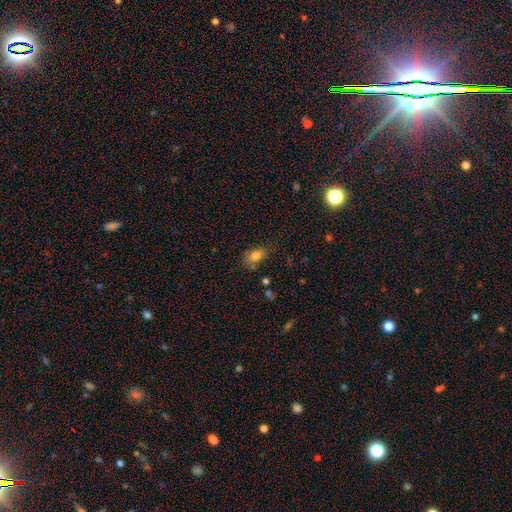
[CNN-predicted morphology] The model was most divided on "merging": none: 67%, minor disturbance: 21%, major disturbance: 6%, merger: 6%. More confident: how rounded — in between (82%); smooth or featured — smooth (80%).